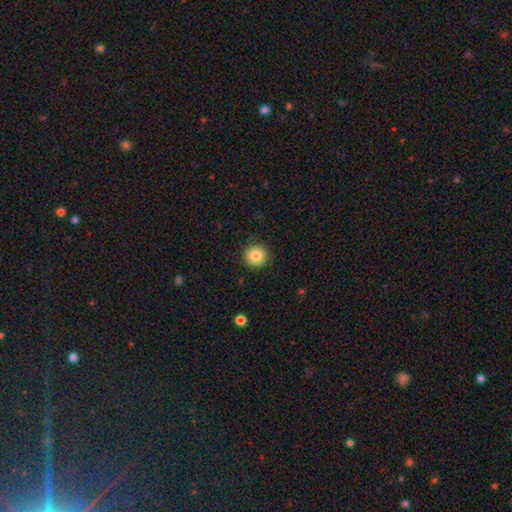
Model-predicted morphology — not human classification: Smooth or featured? Predicted: smooth (p=0.85). How rounded? Predicted: round (p=0.96). Merging? Predicted: none (p=0.91).